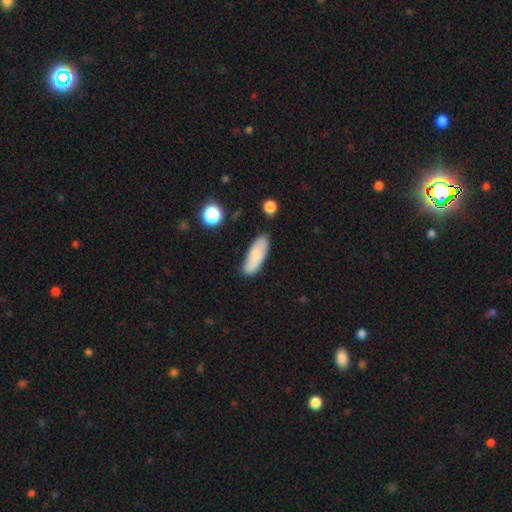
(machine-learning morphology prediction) Q: Smooth or featured?
A: smooth (77%); runner-up: featured or disk (16%)
Q: How rounded?
A: in between (66%); runner-up: cigar-shaped (32%)
Q: Merging?
A: none (79%); runner-up: minor disturbance (15%)